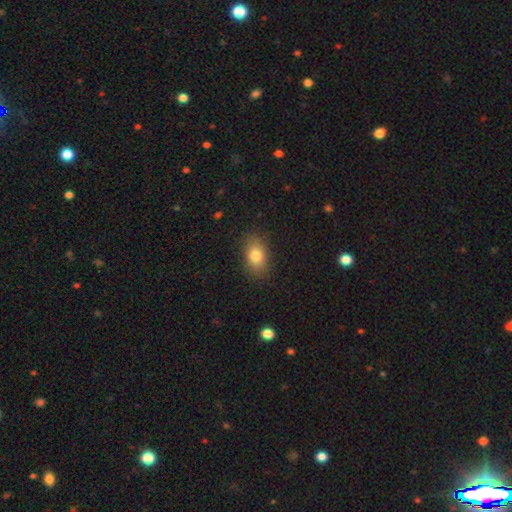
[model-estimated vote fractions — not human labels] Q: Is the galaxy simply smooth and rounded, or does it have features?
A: smooth — 80%.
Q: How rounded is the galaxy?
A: in between — 79%.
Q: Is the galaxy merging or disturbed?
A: none — 84%.